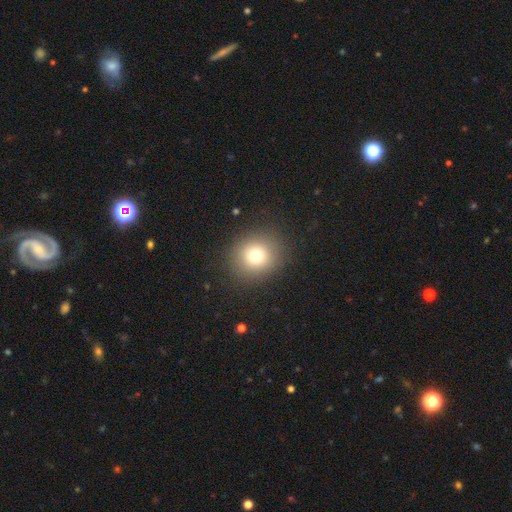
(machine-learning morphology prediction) smooth-or-featured: smooth: 76% | star or artifact: 14% | featured or disk: 11%
  how-rounded: round: 83% | in between: 16% | cigar-shaped: 1%
  merging: none: 88% | minor disturbance: 7% | major disturbance: 4% | merger: 1%